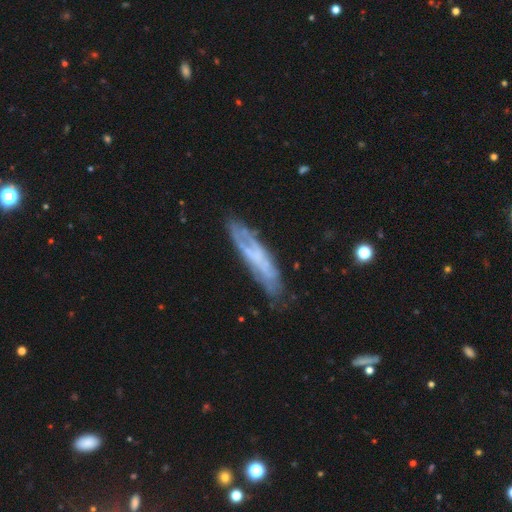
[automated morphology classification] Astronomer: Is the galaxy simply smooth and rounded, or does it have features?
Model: featured or disk — 61%.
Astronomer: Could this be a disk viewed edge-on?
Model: no — 54% (runner-up: yes, 46%).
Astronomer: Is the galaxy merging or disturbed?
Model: none — 64%.